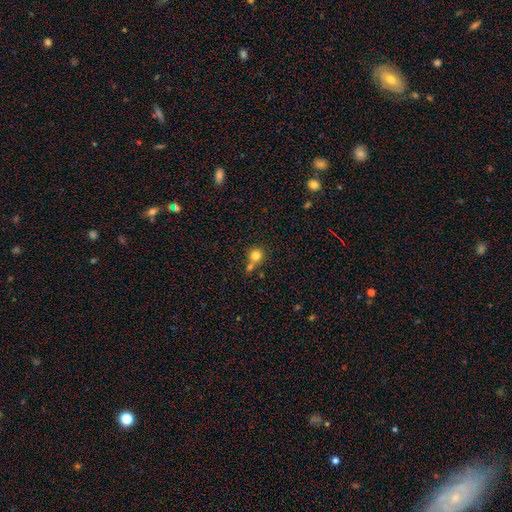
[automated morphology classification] The model was most divided on "merging": none: 54%, merger: 33%, minor disturbance: 10%, major disturbance: 4%. More confident: how rounded — round (90%); smooth or featured — smooth (80%).